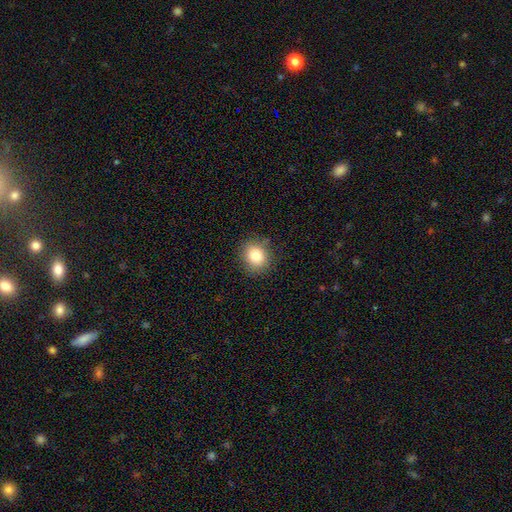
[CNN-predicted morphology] Smooth or featured: smooth — 82% (star or artifact — 11%)
How rounded: round — 74% (in between — 25%)
Merging: none — 86% (minor disturbance — 10%)